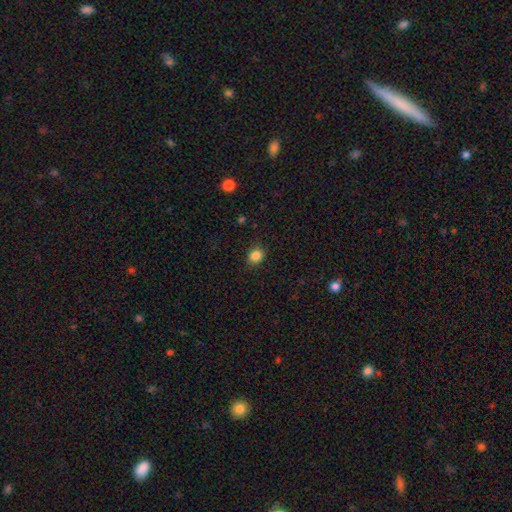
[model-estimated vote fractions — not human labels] A smooth galaxy with no disk features (85%) that is round (65%). Merging: none (87%).